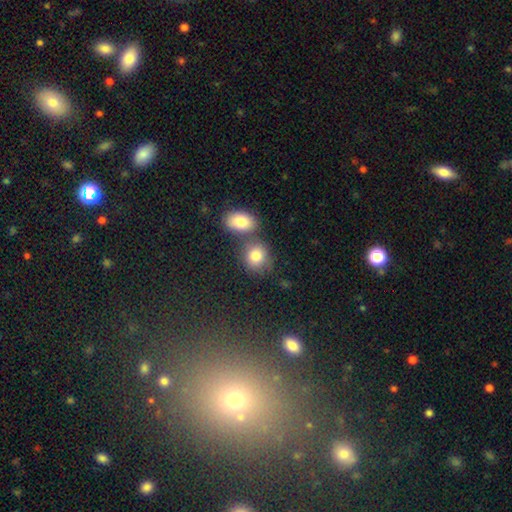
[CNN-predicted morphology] A smooth galaxy with no disk features (81%) that is round (64%). Merging: none (51%).